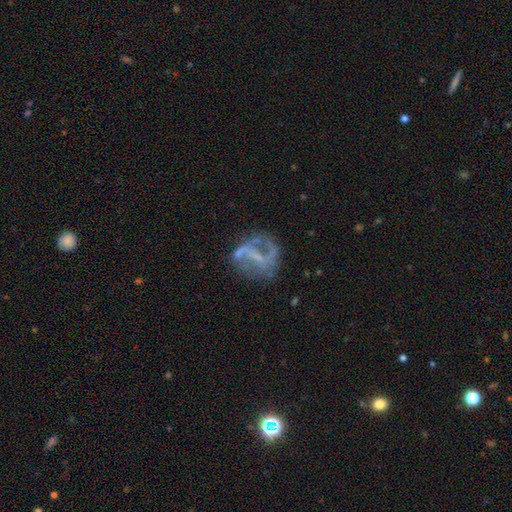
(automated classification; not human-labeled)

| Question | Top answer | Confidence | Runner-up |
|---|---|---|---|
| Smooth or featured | featured or disk | 74% | smooth (16%) |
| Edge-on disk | no | 97% | yes (3%) |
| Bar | weak | 39% | strong (36%) |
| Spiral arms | yes | 66% | no (34%) |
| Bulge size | none | 46% | small (41%) |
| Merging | none | 55% | major disturbance (22%) |